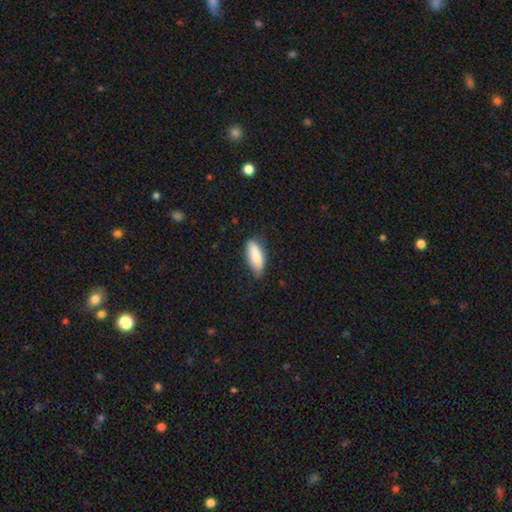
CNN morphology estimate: The model was most divided on "merging": none: 70%, minor disturbance: 25%, major disturbance: 4%, merger: 1%. More confident: smooth or featured — smooth (83%); how rounded — in between (77%).